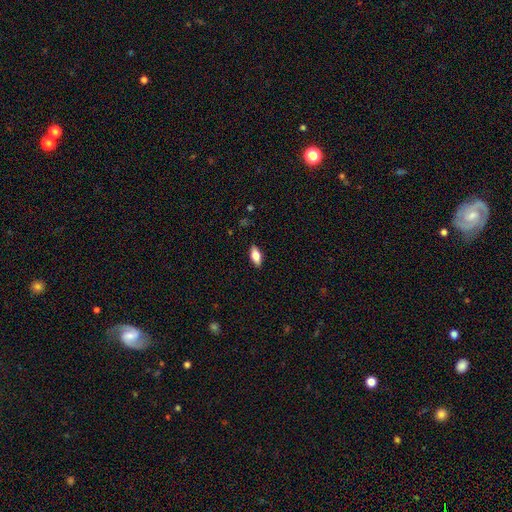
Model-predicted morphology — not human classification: A smooth galaxy with no disk features (76%) that is in between round and cigar-shaped (86%).

Vote fractions:
- Smooth or featured? smooth: 76% / featured or disk: 17% / star or artifact: 7%
- How rounded? in between: 86% / cigar-shaped: 11% / round: 3%
- Merging? none: 88% / minor disturbance: 9% / major disturbance: 2% / merger: 1%